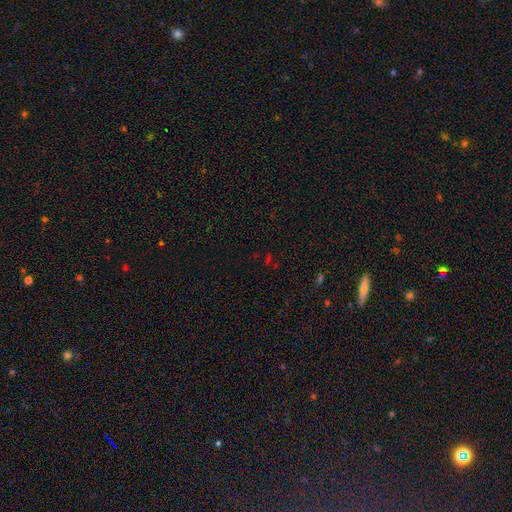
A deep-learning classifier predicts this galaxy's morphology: type=star or artifact (63%).